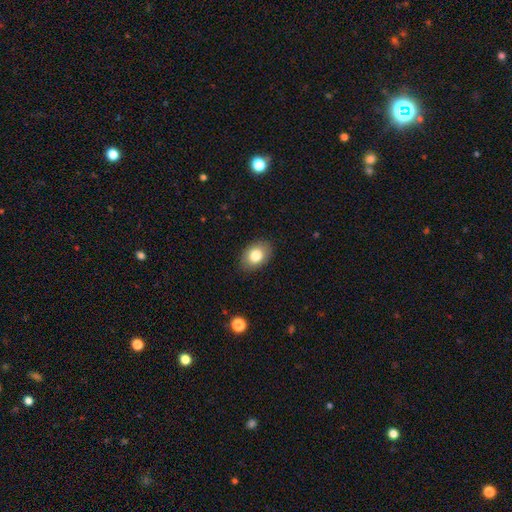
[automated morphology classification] A smooth galaxy with no disk features (81%) that is in between round and cigar-shaped (77%). Merging: none (86%).